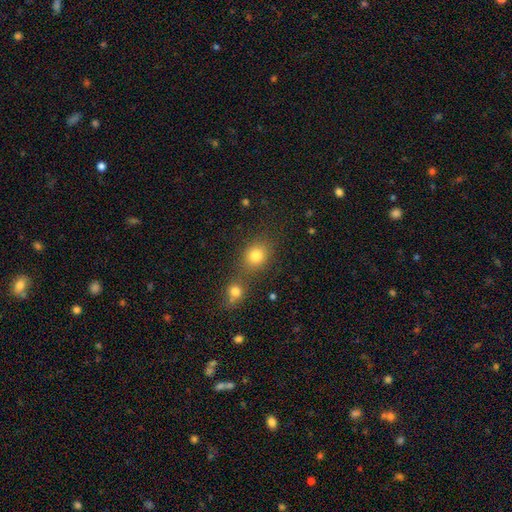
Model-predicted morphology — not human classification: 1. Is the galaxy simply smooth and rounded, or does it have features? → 79% smooth, 13% star or artifact, 7% featured or disk.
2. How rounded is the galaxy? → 64% round, 35% in between, 1% cigar-shaped.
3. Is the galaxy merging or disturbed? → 51% none, 36% merger, 9% minor disturbance, 4% major disturbance.